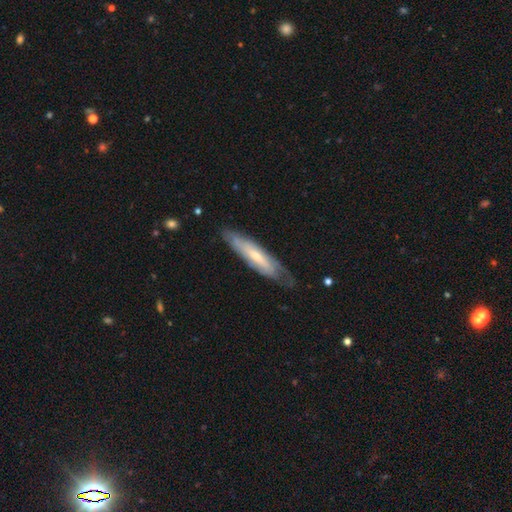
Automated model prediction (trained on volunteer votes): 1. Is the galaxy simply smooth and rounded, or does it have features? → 57% featured or disk, 37% smooth, 6% star or artifact.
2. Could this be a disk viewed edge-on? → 52% no, 48% yes.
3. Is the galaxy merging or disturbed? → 67% none, 24% minor disturbance, 8% major disturbance, 2% merger.